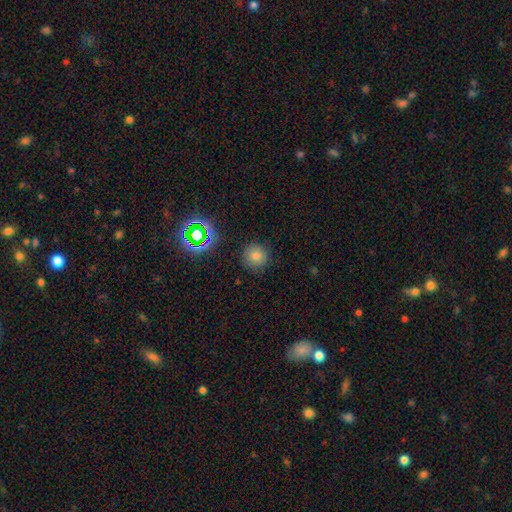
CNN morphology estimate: This is likely a smooth galaxy (72%). How rounded: clearly round (94%). Merging: clearly none (88%).